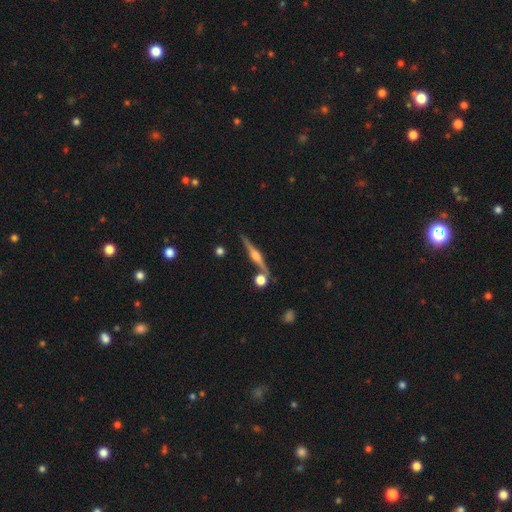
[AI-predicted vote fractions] Q: Smooth or featured?
A: featured or disk (82%); runner-up: smooth (12%)
Q: Edge-on disk?
A: yes (98%); runner-up: no (2%)
Q: Edge-on bulge?
A: rounded (92%); runner-up: boxy (5%)
Q: Merging?
A: none (81%); runner-up: merger (9%)